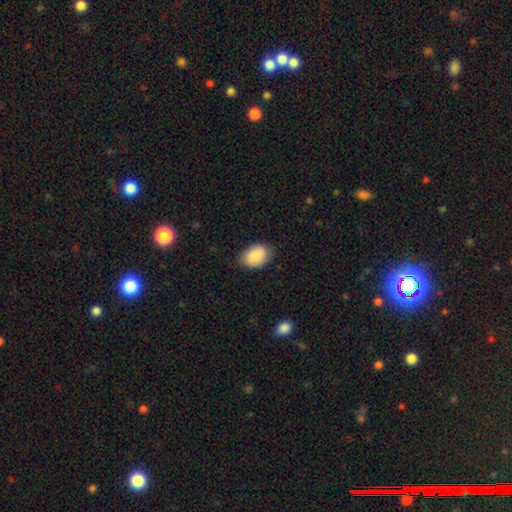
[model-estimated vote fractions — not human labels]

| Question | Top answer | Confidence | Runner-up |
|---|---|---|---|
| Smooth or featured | smooth | 85% | featured or disk (8%) |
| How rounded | in between | 82% | round (17%) |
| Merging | none | 79% | minor disturbance (17%) |